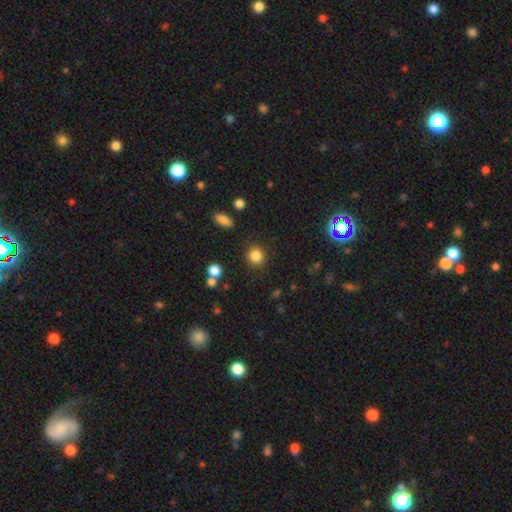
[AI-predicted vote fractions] smooth 84%, star or artifact 11%, featured or disk 5%. Down the decision tree: how rounded — round (88%); merging — none (88%).